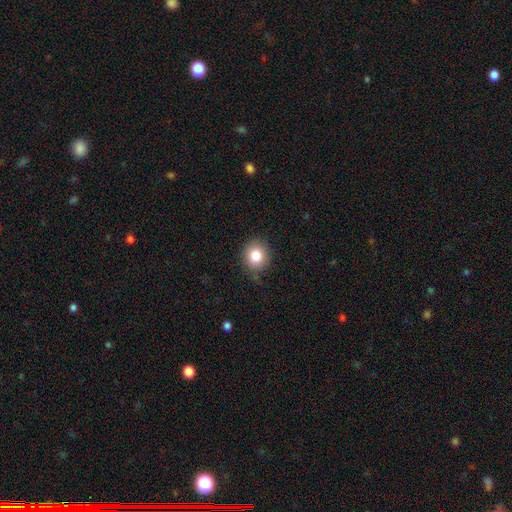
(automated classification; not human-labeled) Morphology: type=smooth (84%); roundness=round (80%); merging=none (85%).